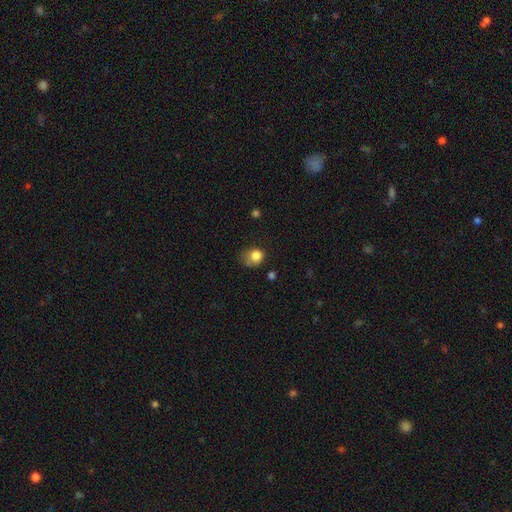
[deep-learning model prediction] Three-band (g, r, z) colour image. It shows a smooth galaxy with no disk features (81%) that is round (70%). Merging: none (42%).